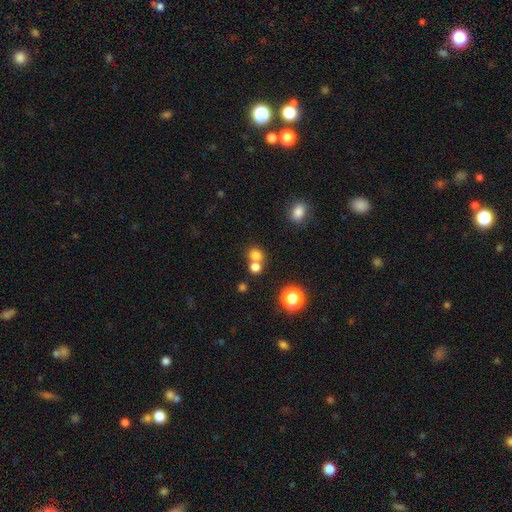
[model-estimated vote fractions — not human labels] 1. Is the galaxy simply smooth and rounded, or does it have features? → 75% smooth, 17% star or artifact, 8% featured or disk.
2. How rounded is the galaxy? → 77% round, 22% in between, 1% cigar-shaped.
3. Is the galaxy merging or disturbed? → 48% none, 42% merger, 7% minor disturbance, 3% major disturbance.